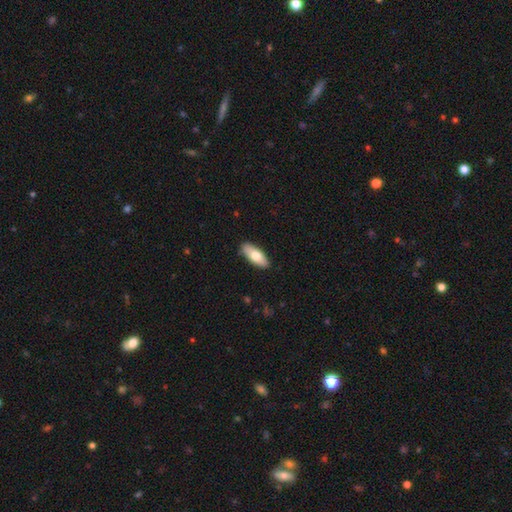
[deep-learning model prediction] A smooth galaxy with no disk features (73%) that is in between round and cigar-shaped (77%). Merging: none (89%).